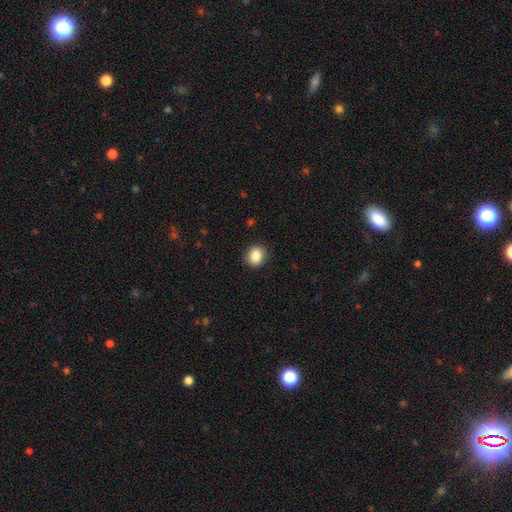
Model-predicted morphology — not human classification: Smooth or featured? Predicted: smooth (p=0.86). How rounded? Predicted: round (p=0.72). Merging? Predicted: none (p=0.90).